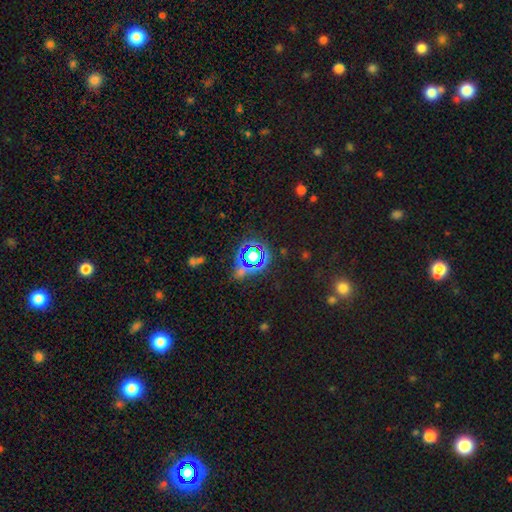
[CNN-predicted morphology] Q: Smooth or featured?
A: star or artifact (58%); runner-up: smooth (33%)